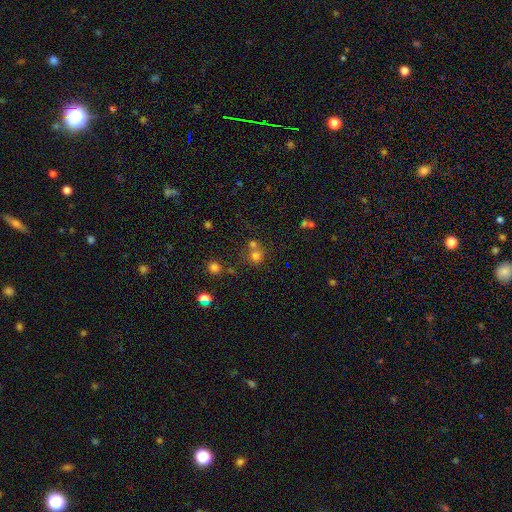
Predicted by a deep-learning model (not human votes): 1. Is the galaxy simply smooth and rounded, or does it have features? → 70% smooth, 19% star or artifact, 10% featured or disk.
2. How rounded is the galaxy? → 81% round, 18% in between, 1% cigar-shaped.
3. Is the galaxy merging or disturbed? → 47% none, 40% merger, 8% minor disturbance, 5% major disturbance.